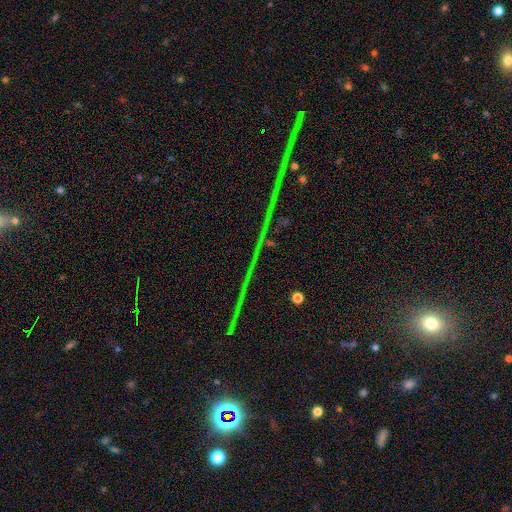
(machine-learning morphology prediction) A star or artifact, not a galaxy (79%).

Vote fractions:
- Smooth or featured? star or artifact: 79% / featured or disk: 11% / smooth: 10%